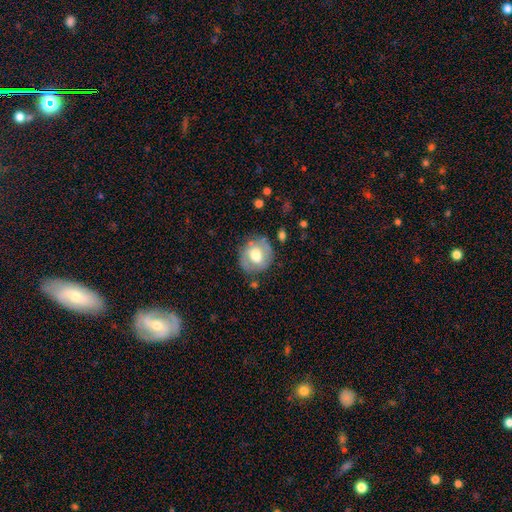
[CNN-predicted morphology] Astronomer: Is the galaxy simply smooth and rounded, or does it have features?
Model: smooth — 53% (runner-up: featured or disk, 40%).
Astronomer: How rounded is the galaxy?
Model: round — 80%.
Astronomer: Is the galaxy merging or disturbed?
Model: none — 75%.